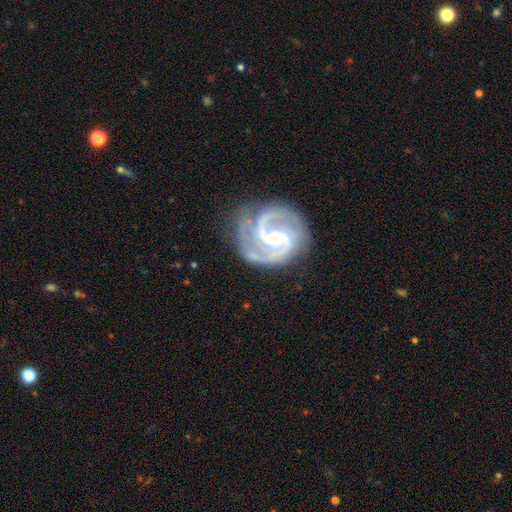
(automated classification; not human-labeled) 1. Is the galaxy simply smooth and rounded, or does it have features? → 93% featured or disk, 4% star or artifact, 3% smooth.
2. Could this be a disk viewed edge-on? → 98% no, 2% yes.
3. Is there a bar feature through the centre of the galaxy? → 44% weak, 35% no, 21% strong.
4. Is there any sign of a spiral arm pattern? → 99% yes, 1% no.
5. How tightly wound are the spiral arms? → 61% medium, 26% tight, 13% loose.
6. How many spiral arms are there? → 78% 2, 12% 3, 3% can't tell, 2% 1, 2% 4, 2% more than 4.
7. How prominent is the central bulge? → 64% small, 33% moderate, 1% none, 1% large, 1% dominant.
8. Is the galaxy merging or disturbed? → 68% none, 21% minor disturbance, 9% major disturbance, 2% merger.